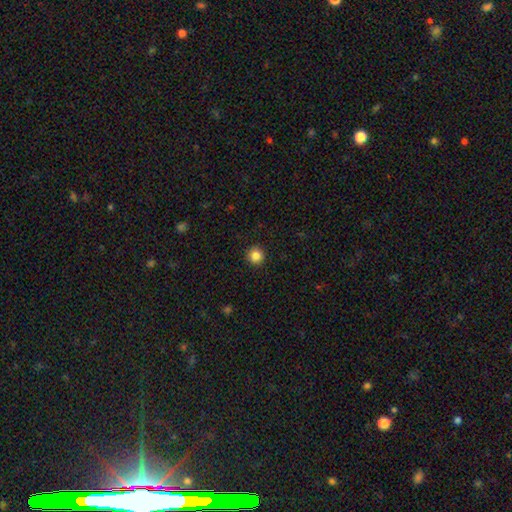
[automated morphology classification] A smooth galaxy with no disk features (85%) that is round (95%). Merging: none (93%).